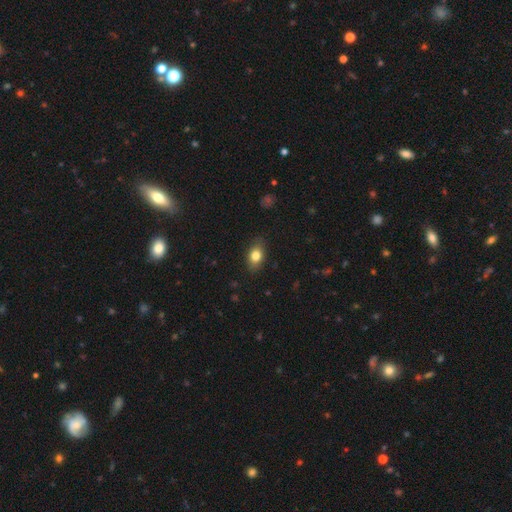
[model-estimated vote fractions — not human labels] Morphology: type=smooth (81%); roundness=in between (83%); merging=none (83%).